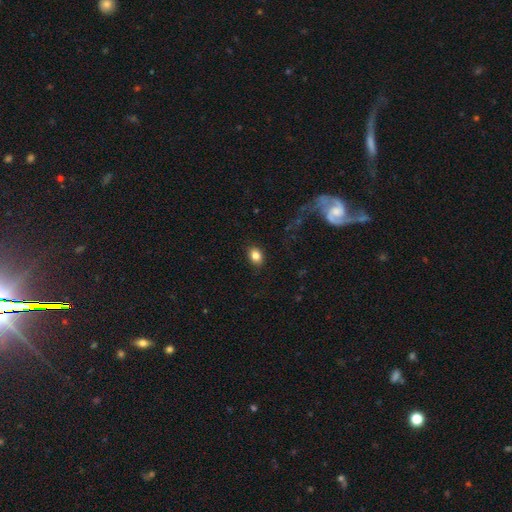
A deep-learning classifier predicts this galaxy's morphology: smooth-or-featured: smooth: 84% | star or artifact: 9% | featured or disk: 7%
  how-rounded: in between: 70% | round: 29% | cigar-shaped: 1%
  merging: none: 86% | minor disturbance: 10% | major disturbance: 3% | merger: 1%